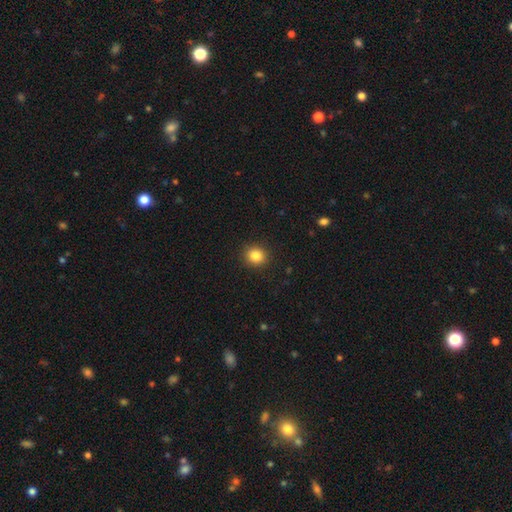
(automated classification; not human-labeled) smooth-or-featured: smooth: 84% | star or artifact: 11% | featured or disk: 5%
  how-rounded: round: 83% | in between: 16% | cigar-shaped: 1%
  merging: none: 91% | minor disturbance: 6% | major disturbance: 2% | merger: 1%